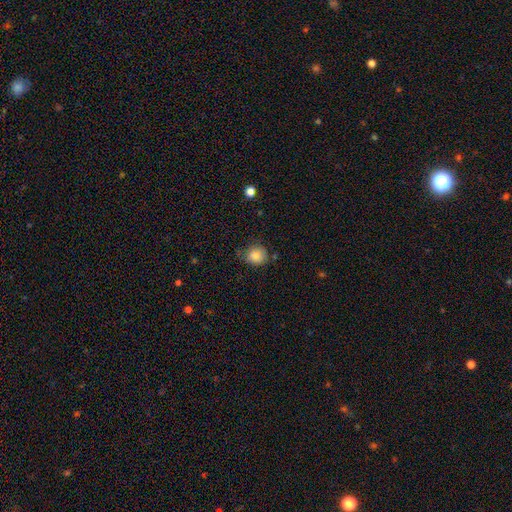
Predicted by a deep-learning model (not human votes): A smooth galaxy with no disk features (85%) that is round (76%).

Vote fractions:
- Smooth or featured? smooth: 85% / star or artifact: 9% / featured or disk: 6%
- How rounded? round: 76% / in between: 23% / cigar-shaped: 1%
- Merging? none: 64% / minor disturbance: 27% / major disturbance: 6% / merger: 3%